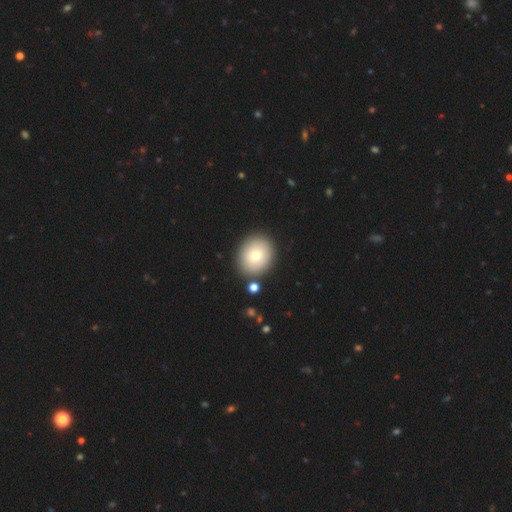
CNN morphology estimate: A smooth galaxy with no disk features (76%) that is round (70%). Merging: none (85%).